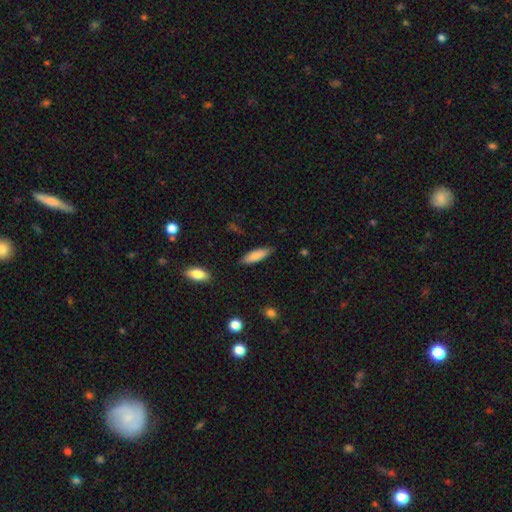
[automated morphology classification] type=smooth (81%); roundness=cigar-shaped (53%); merging=none (84%).